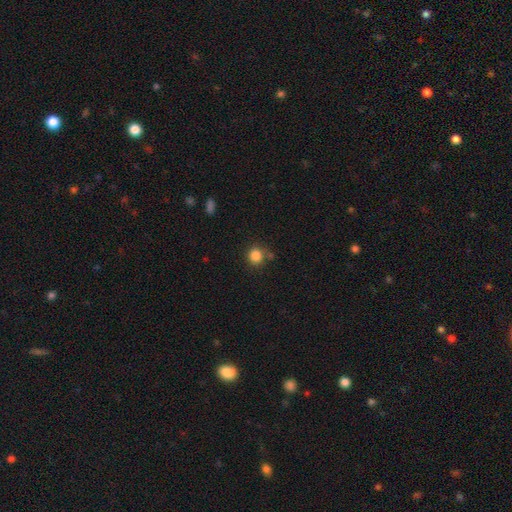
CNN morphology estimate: Smooth or featured? Predicted: smooth (p=0.85). How rounded? Predicted: round (p=0.90). Merging? Predicted: none (p=0.76).